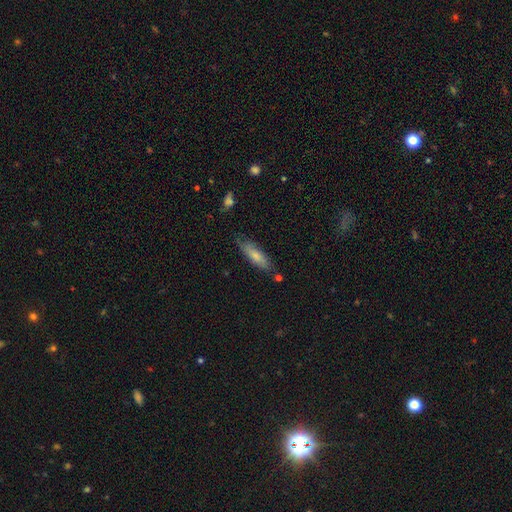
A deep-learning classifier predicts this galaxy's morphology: Overall: smooth (69%). How rounded: cigar-shaped (54%; in between 44%). Merging: none (68%).